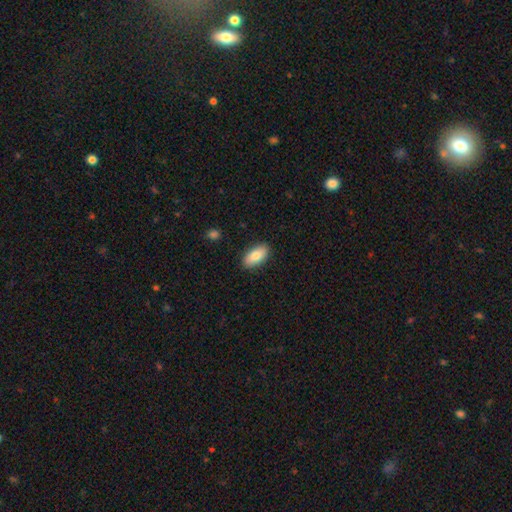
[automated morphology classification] Smooth or featured?
  - smooth: 84% *
  - featured or disk: 10%
  - star or artifact: 6%
How rounded?
  - in between: 92% *
  - cigar-shaped: 5%
  - round: 3%
Merging?
  - none: 88% *
  - minor disturbance: 9%
  - major disturbance: 2%
  - merger: 1%